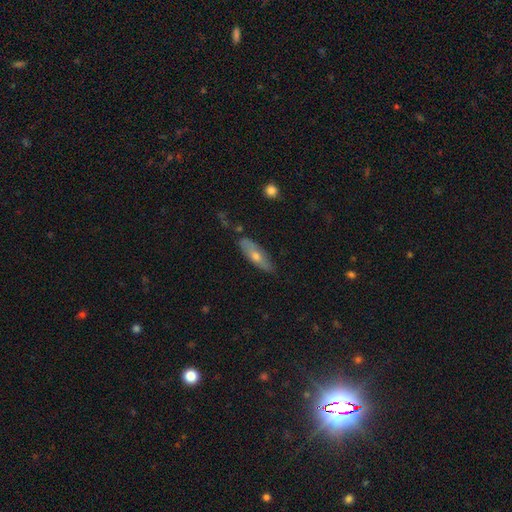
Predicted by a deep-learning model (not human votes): A smooth galaxy with no disk features (49%). Merging: none (79%).